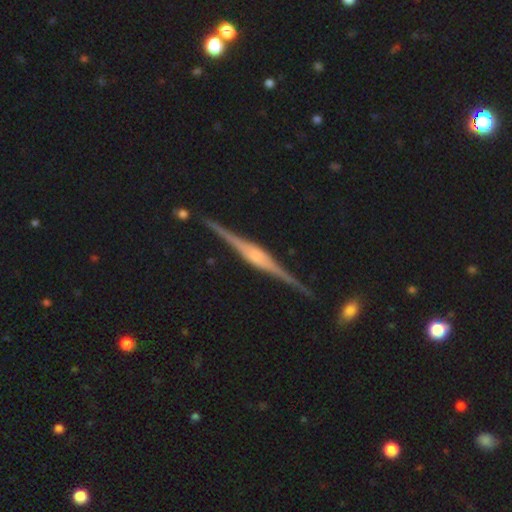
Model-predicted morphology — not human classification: Smooth or featured: featured or disk — 89% (smooth — 6%)
Edge-on disk: yes — 99% (no — 1%)
Edge-on bulge: rounded — 64% (boxy — 30%)
Merging: none — 89% (minor disturbance — 8%)